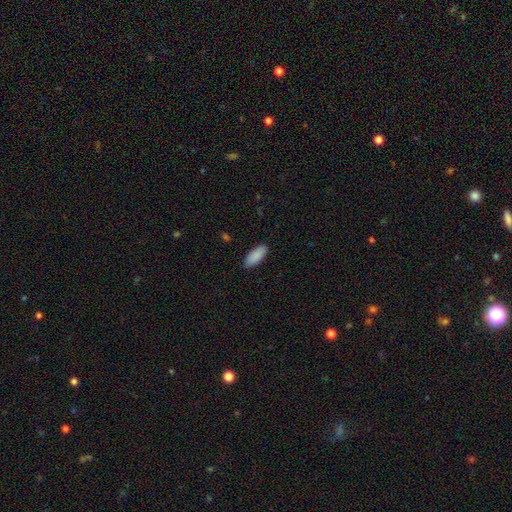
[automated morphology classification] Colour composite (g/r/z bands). It shows a smooth galaxy with no disk features (90%) that is in between round and cigar-shaped (83%). Merging: none (89%).